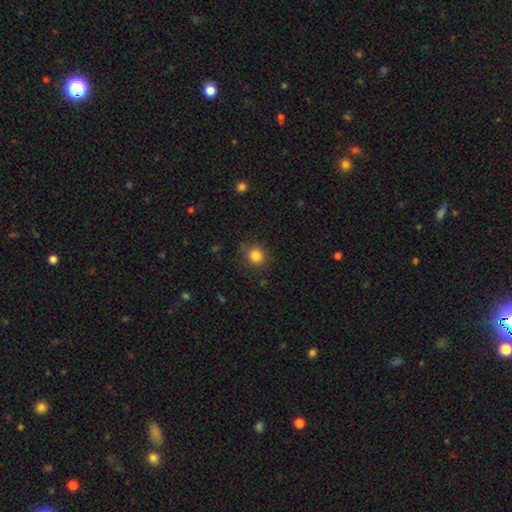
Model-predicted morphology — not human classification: Q: Smooth or featured?
A: smooth (84%); runner-up: star or artifact (12%)
Q: How rounded?
A: round (90%); runner-up: in between (9%)
Q: Merging?
A: none (83%); runner-up: minor disturbance (12%)